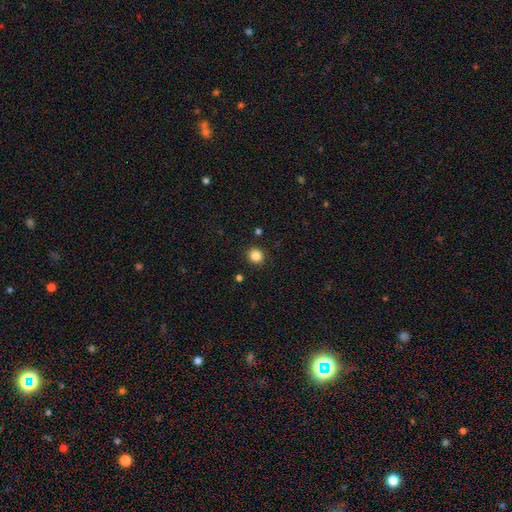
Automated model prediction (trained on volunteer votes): Smooth or featured? smooth (85%)
How rounded? round (88%)
Merging? none (91%)